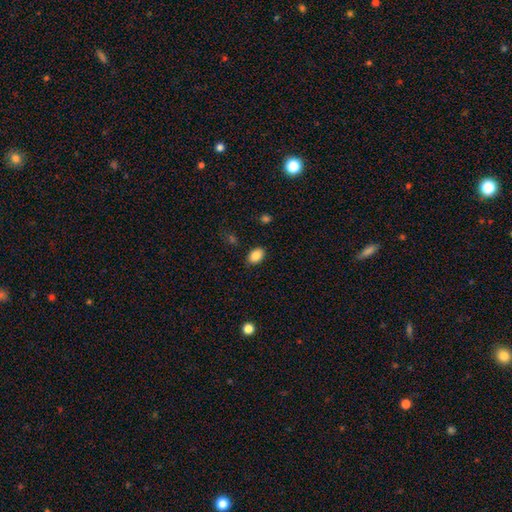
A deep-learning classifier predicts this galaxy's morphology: Smooth or featured? Predicted: smooth (p=0.87). How rounded? Predicted: in between (p=0.82). Merging? Predicted: none (p=0.86).